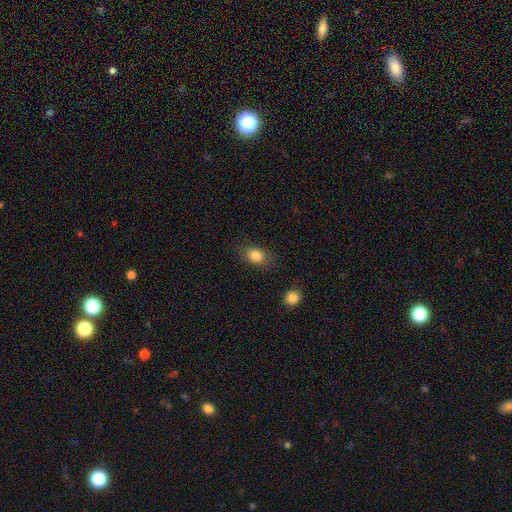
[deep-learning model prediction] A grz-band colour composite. It shows a smooth galaxy with no disk features (84%) that is in between round and cigar-shaped (70%). Merging: none (79%).